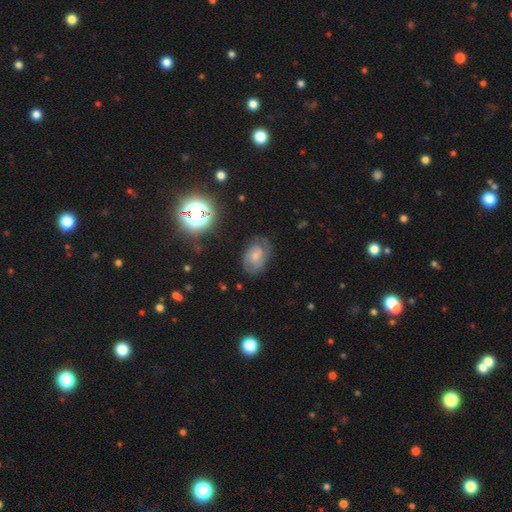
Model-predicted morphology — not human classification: Smooth or featured? featured or disk (65%)
Edge-on disk? no (97%)
Bar? no (57%)
Spiral arms? yes (89%)
Spiral winding? medium (44%)
Spiral arm count? 2 (62%)
Bulge size? small (50%)
Merging? none (67%)